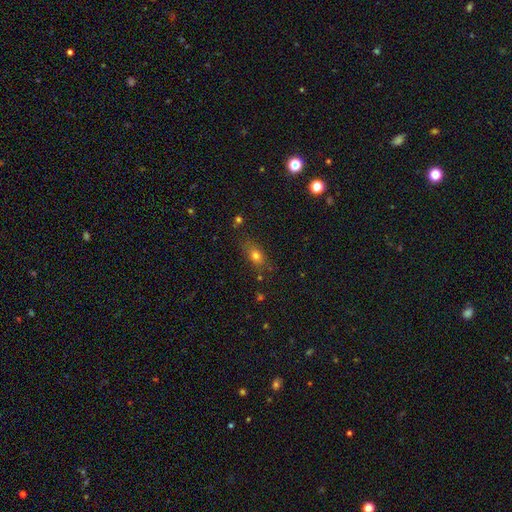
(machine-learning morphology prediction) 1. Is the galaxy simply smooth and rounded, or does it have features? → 73% smooth, 14% star or artifact, 13% featured or disk.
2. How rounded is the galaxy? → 68% in between, 20% round, 12% cigar-shaped.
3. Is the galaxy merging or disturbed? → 73% none, 17% minor disturbance, 6% major disturbance, 4% merger.